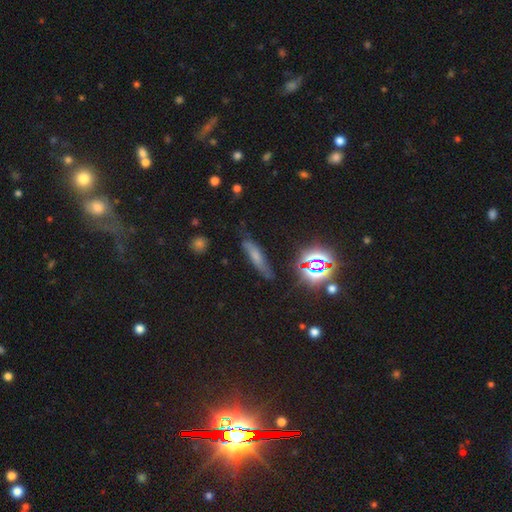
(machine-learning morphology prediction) Smooth or featured? Predicted: smooth (p=0.53). How rounded? Predicted: cigar-shaped (p=0.75). Merging? Predicted: none (p=0.68).